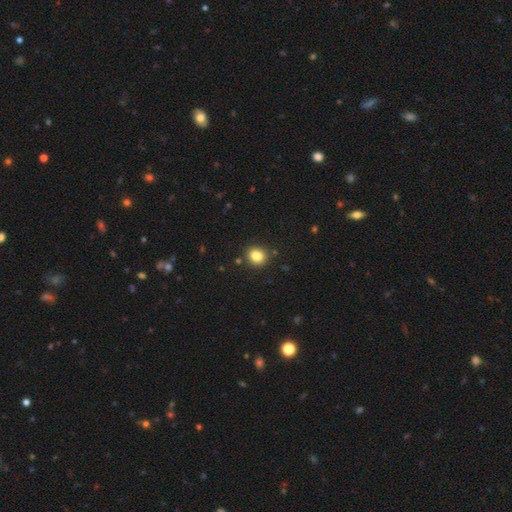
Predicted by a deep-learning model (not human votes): Smooth or featured? smooth (84%)
How rounded? round (67%)
Merging? none (87%)